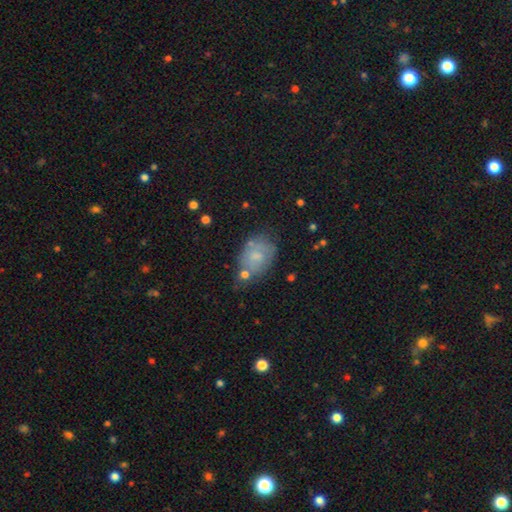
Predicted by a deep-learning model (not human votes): Smooth or featured?
  - smooth: 58% *
  - featured or disk: 32%
  - star or artifact: 10%
How rounded?
  - in between: 77% *
  - round: 22%
  - cigar-shaped: 1%
Merging?
  - none: 52% *
  - minor disturbance: 26%
  - merger: 11%
  - major disturbance: 11%